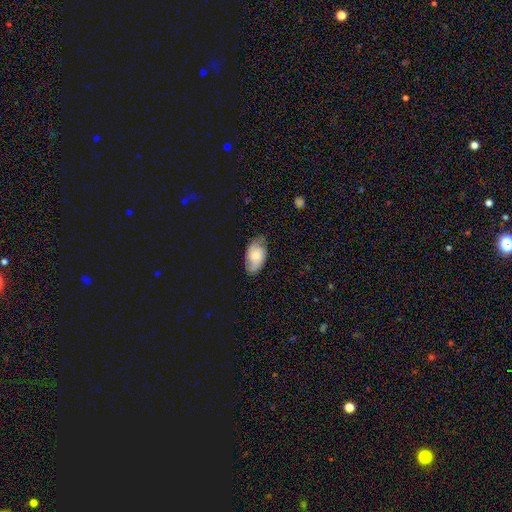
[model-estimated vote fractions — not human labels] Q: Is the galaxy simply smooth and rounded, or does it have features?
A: smooth — 58%.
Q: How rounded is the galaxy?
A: in between — 93%.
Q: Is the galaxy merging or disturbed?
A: none — 68%.